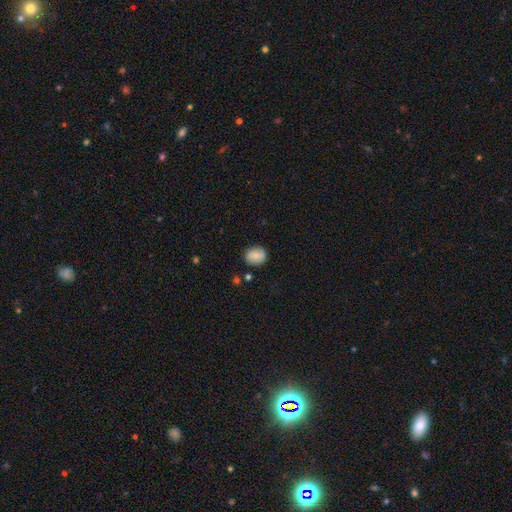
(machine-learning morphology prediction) This is likely a smooth galaxy (73%). How rounded: likely round (60%). Merging: clearly none (81%).